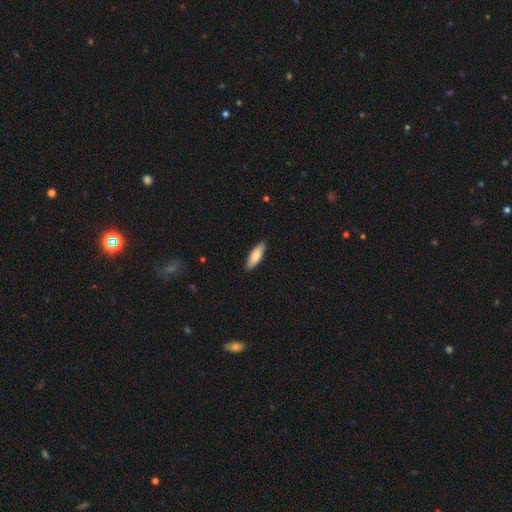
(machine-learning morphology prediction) A smooth galaxy with no disk features (80%) that is in between round and cigar-shaped (55%). Merging: none (87%).